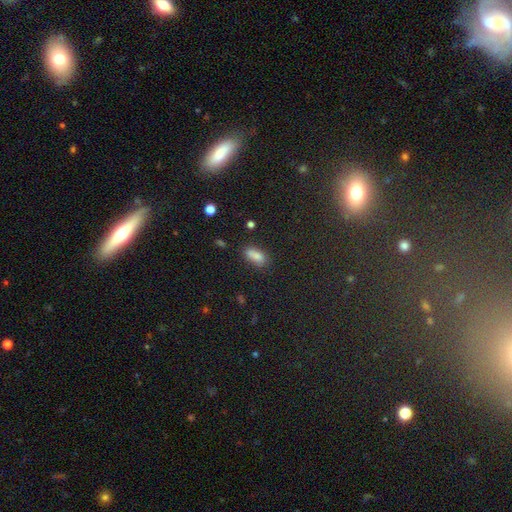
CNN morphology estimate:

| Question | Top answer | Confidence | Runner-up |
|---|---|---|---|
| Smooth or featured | smooth | 79% | star or artifact (13%) |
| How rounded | in between | 82% | cigar-shaped (12%) |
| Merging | none | 64% | minor disturbance (19%) |